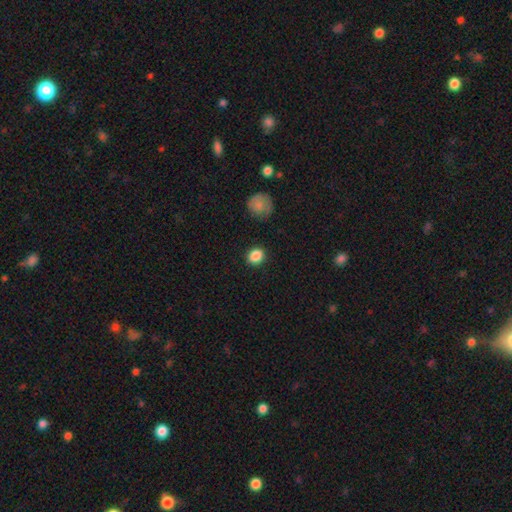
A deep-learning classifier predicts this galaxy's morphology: type=smooth (87%); roundness=round (75%); merging=none (89%).